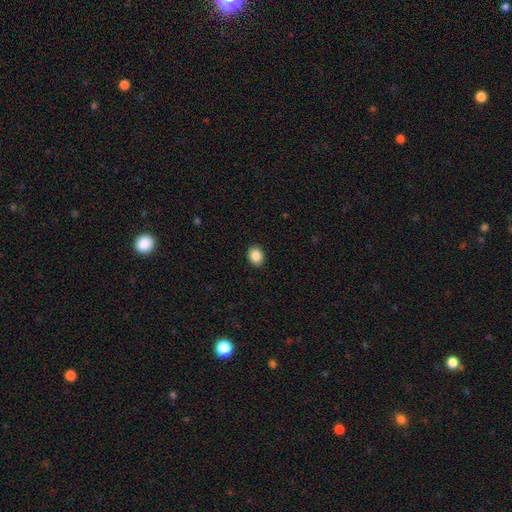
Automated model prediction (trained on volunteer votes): Smooth or featured? smooth (88%)
How rounded? round (57%)
Merging? none (92%)